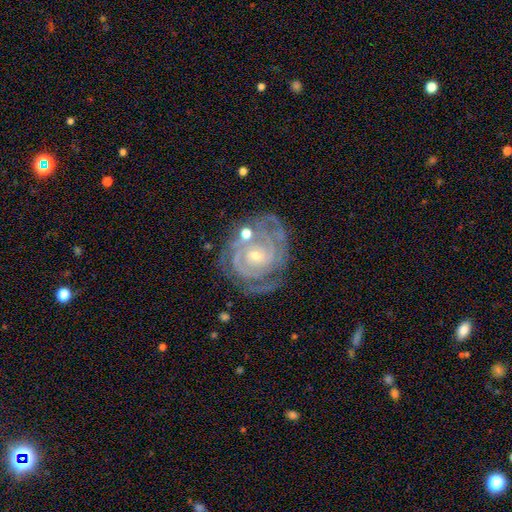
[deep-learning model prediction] Morphology: type=featured or disk (88%); edge-on=no (97%); bar=no (62%); spiral arms=yes (96%); winding=tight (77%); arm count=2 (29%); bulge=small (67%); merging=none (63%).